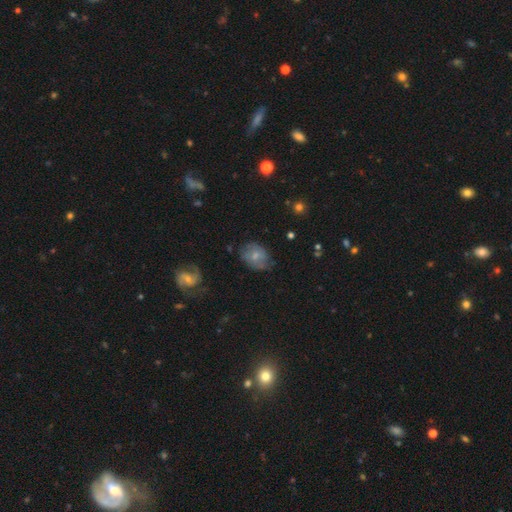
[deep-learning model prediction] Q: Smooth or featured?
A: smooth (58%); runner-up: featured or disk (34%)
Q: How rounded?
A: in between (59%); runner-up: round (40%)
Q: Merging?
A: none (62%); runner-up: minor disturbance (26%)